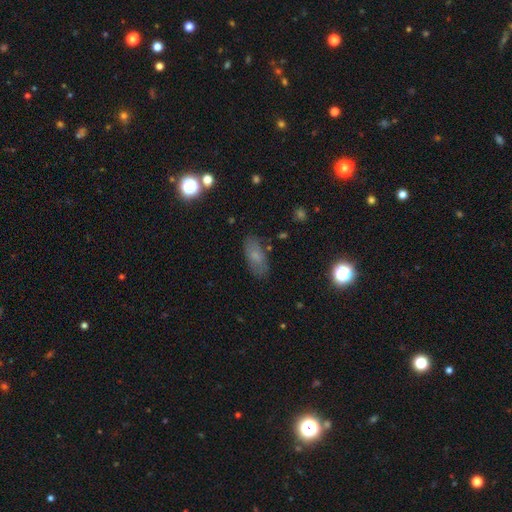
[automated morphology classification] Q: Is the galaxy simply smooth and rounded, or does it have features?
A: smooth — 69%.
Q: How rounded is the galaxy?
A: in between — 85%.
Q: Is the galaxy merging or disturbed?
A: none — 81%.